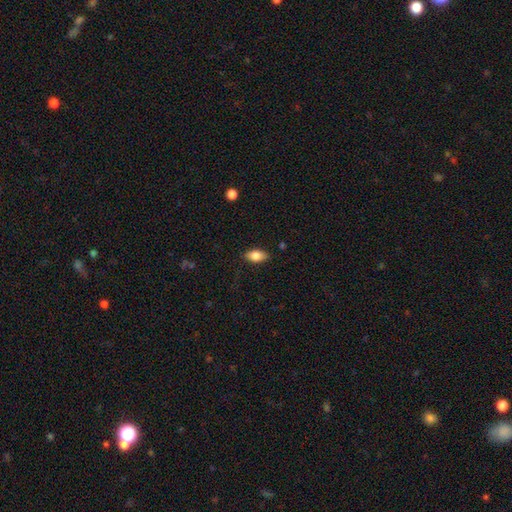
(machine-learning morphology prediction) Smooth or featured: smooth — 81% (featured or disk — 12%)
How rounded: in between — 89% (cigar-shaped — 6%)
Merging: none — 84% (minor disturbance — 12%)